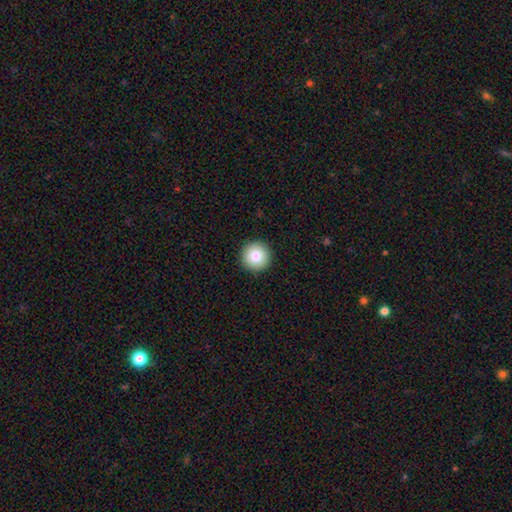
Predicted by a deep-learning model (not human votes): This appears to be a smooth galaxy with no disk features (83%) that is round (96%). Merging: none (93%).